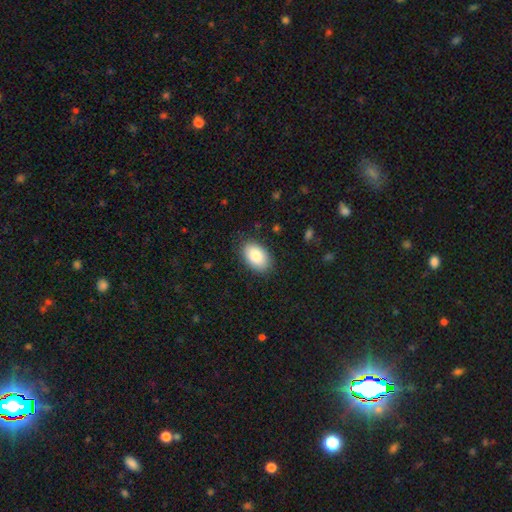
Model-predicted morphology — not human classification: smooth 86%, featured or disk 8%, star or artifact 7%. Down the decision tree: how rounded — in between (91%); merging — none (85%).